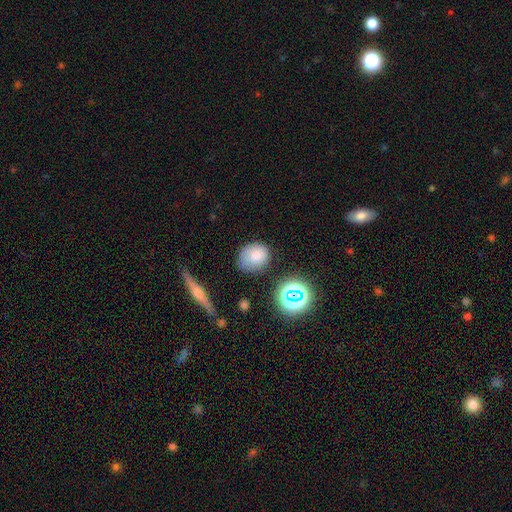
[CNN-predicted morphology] Smooth or featured: smooth — 75% (star or artifact — 13%)
How rounded: round — 59% (in between — 40%)
Merging: none — 64% (minor disturbance — 25%)